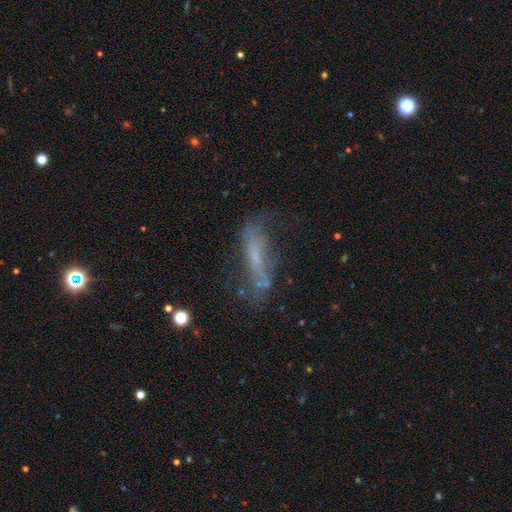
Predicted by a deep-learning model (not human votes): A featured or disk galaxy (53%).

Vote fractions:
- Smooth or featured? featured or disk: 53% / smooth: 33% / star or artifact: 13%
- Edge-on disk? no: 67% / yes: 33%
- Merging? none: 46% / minor disturbance: 25% / major disturbance: 24% / merger: 5%